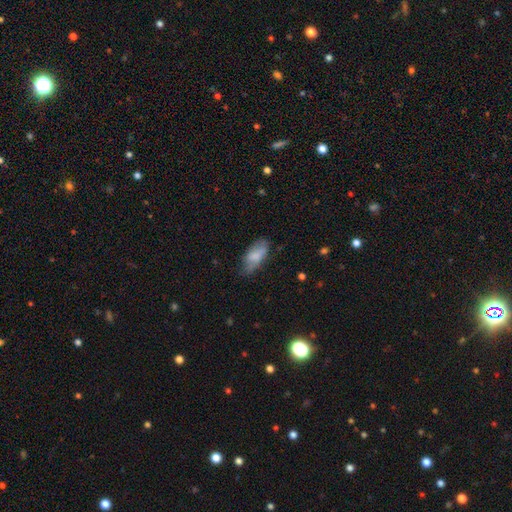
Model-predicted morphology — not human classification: This is likely a smooth galaxy (72%). How rounded: clearly in between (87%). Merging: possibly none (58%).